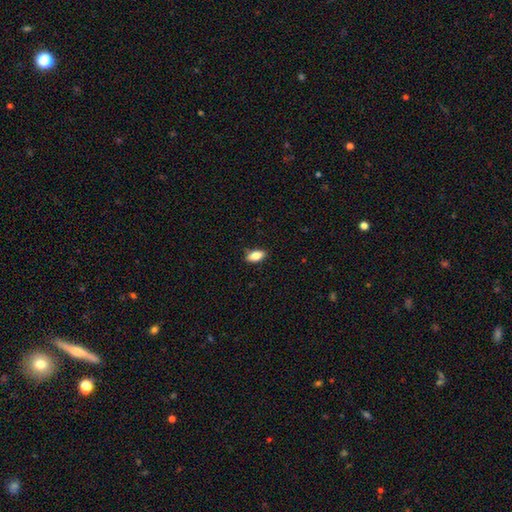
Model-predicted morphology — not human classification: Q: Smooth or featured?
A: smooth (80%); runner-up: featured or disk (12%)
Q: How rounded?
A: in between (88%); runner-up: cigar-shaped (8%)
Q: Merging?
A: none (85%); runner-up: minor disturbance (12%)